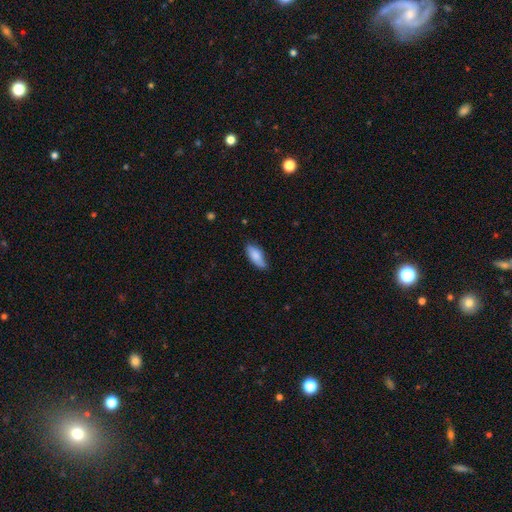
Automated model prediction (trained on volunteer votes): Smooth or featured? smooth (80%)
How rounded? in between (79%)
Merging? none (75%)